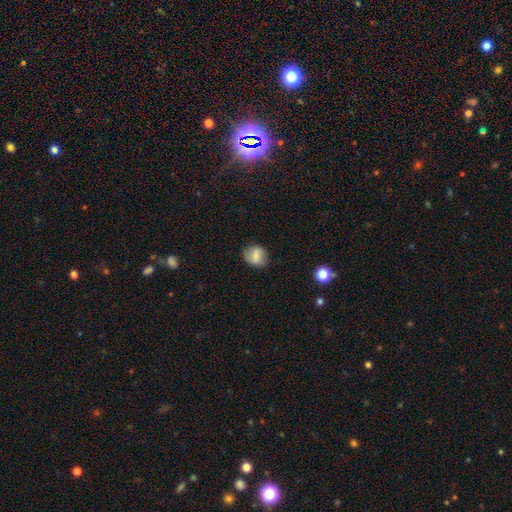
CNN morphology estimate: Smooth or featured? Predicted: smooth (p=0.68). How rounded? Predicted: round (p=0.70). Merging? Predicted: none (p=0.78).